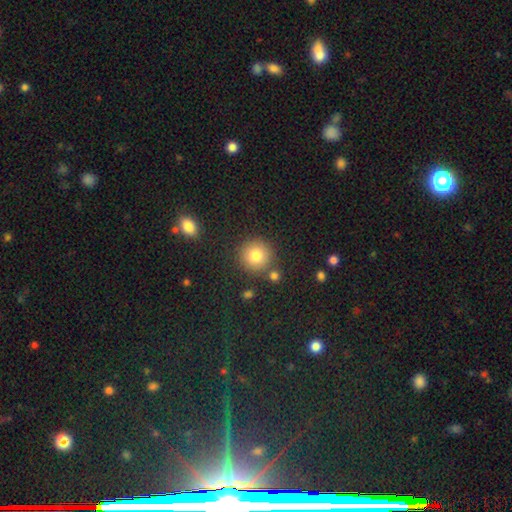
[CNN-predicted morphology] Smooth or featured: smooth — 81% (star or artifact — 11%)
How rounded: round — 94% (in between — 5%)
Merging: none — 84% (minor disturbance — 8%)